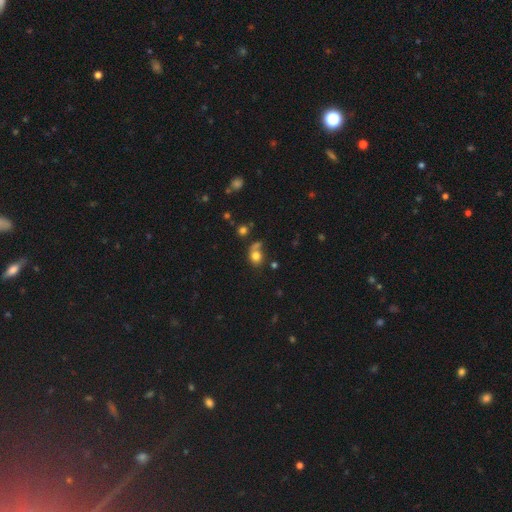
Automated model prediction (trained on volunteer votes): Smooth or featured?
  - smooth: 78% *
  - star or artifact: 12%
  - featured or disk: 10%
How rounded?
  - round: 70% *
  - in between: 28%
  - cigar-shaped: 1%
Merging?
  - none: 50% *
  - merger: 25%
  - minor disturbance: 16%
  - major disturbance: 9%